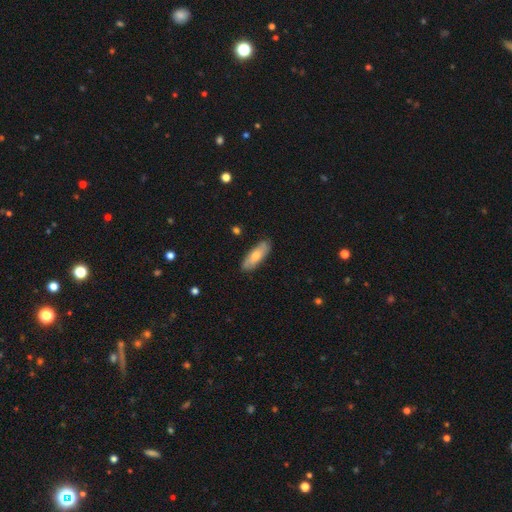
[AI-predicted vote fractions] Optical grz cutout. It shows a smooth galaxy with no disk features (63%) that is in between round and cigar-shaped (60%). Merging: none (86%).